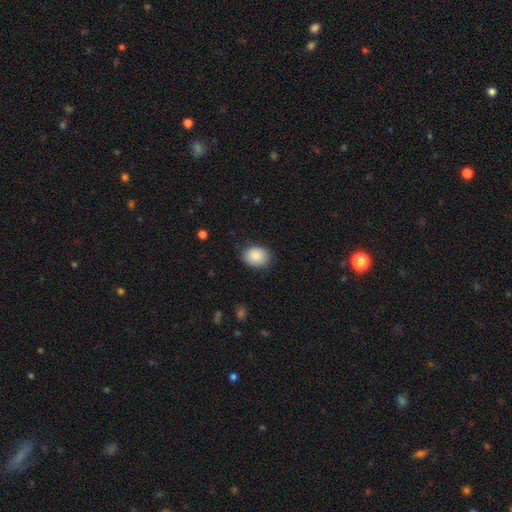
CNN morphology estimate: smooth-or-featured: smooth: 89% | star or artifact: 7% | featured or disk: 4%
  how-rounded: in between: 60% | round: 40% | cigar-shaped: 1%
  merging: none: 83% | minor disturbance: 13% | major disturbance: 3% | merger: 1%